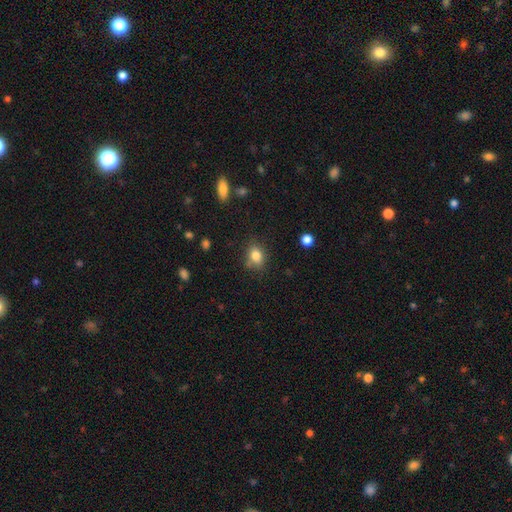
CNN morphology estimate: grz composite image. It shows a smooth galaxy with no disk features (82%) that is in between round and cigar-shaped (59%). Merging: none (74%).